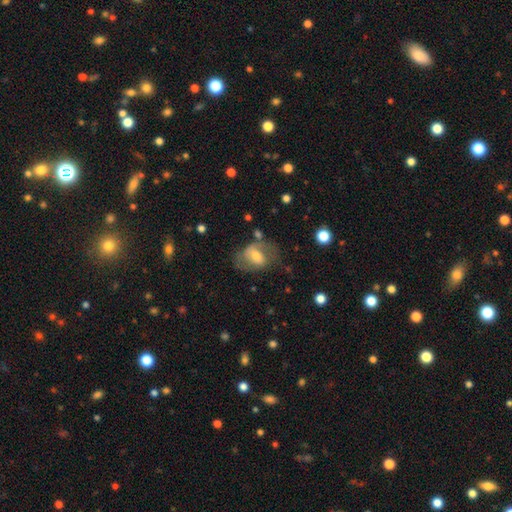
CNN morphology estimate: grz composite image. It shows a featured or disk galaxy (52%). Merging: none (54%).